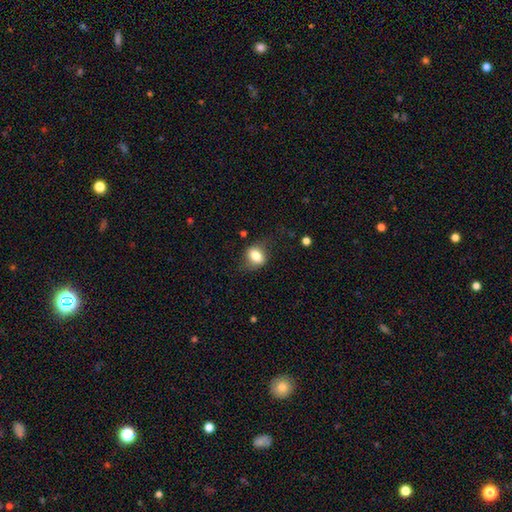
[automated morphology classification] A smooth galaxy with no disk features (77%) that is in between round and cigar-shaped (64%).

Vote fractions:
- Smooth or featured? smooth: 77% / featured or disk: 14% / star or artifact: 9%
- How rounded? in between: 64% / round: 35% / cigar-shaped: 2%
- Merging? none: 68% / minor disturbance: 21% / major disturbance: 10% / merger: 2%